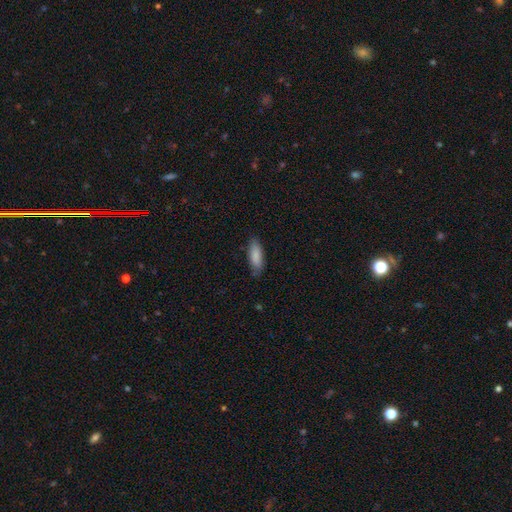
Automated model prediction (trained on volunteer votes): A smooth galaxy with no disk features (86%) that is in between round and cigar-shaped (64%).

Vote fractions:
- Smooth or featured? smooth: 86% / featured or disk: 8% / star or artifact: 6%
- How rounded? in between: 64% / cigar-shaped: 34% / round: 2%
- Merging? none: 76% / minor disturbance: 19% / major disturbance: 3% / merger: 1%